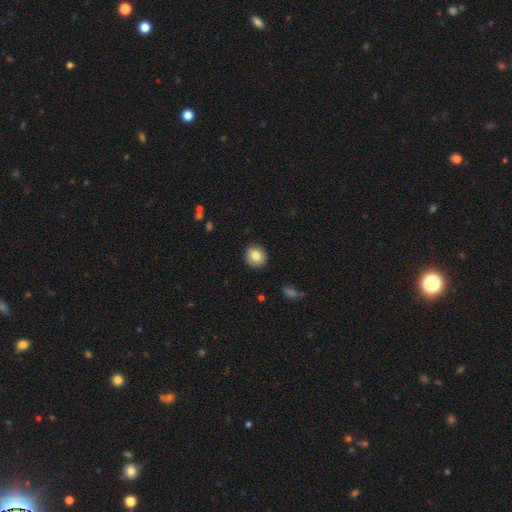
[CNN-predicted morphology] Smooth or featured?
  - smooth: 80% *
  - featured or disk: 11%
  - star or artifact: 8%
How rounded?
  - round: 86% *
  - in between: 13%
  - cigar-shaped: 1%
Merging?
  - none: 90% *
  - minor disturbance: 7%
  - major disturbance: 2%
  - merger: 1%